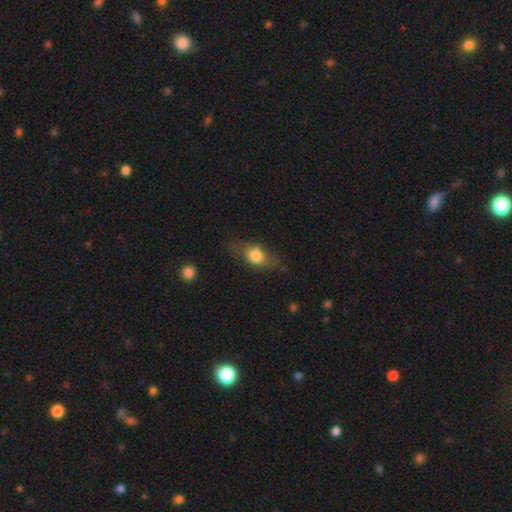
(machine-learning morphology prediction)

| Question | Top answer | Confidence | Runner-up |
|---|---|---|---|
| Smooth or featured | smooth | 71% | featured or disk (21%) |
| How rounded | in between | 75% | round (16%) |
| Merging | none | 68% | minor disturbance (21%) |